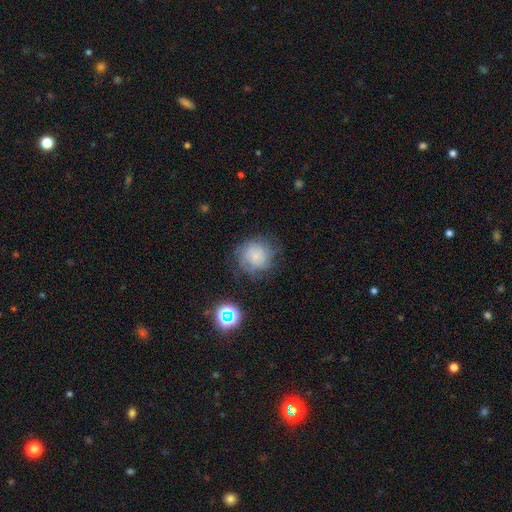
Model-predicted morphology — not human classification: Overall: smooth (53%; featured or disk 34%). How rounded: round (90%). Merging: none (66%).